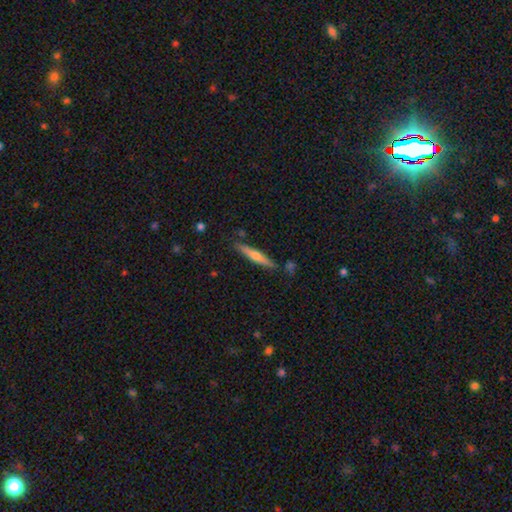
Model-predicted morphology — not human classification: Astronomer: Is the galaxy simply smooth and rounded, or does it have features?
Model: featured or disk — 51% (runner-up: smooth, 43%).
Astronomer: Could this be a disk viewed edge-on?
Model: yes — 96%.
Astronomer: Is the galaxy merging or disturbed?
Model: none — 85%.